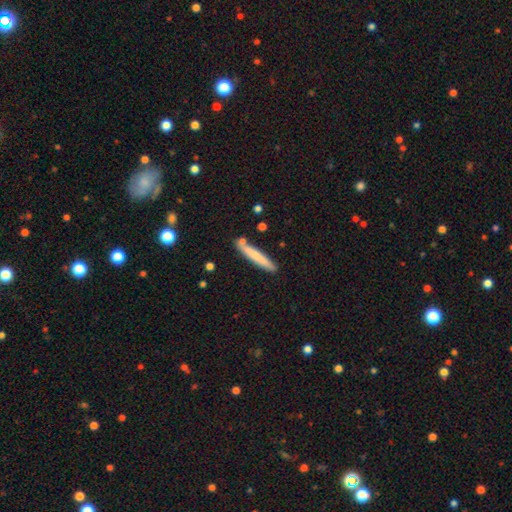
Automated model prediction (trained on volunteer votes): The model was most divided on "smooth or featured": smooth: 74%, featured or disk: 20%, star or artifact: 6%. More confident: how rounded — cigar-shaped (94%); merging — none (81%).